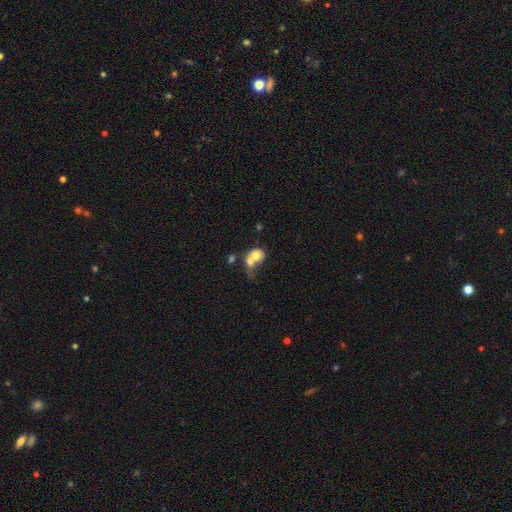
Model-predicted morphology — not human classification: smooth_or_featured: smooth (p=0.65) [alt: featured or disk p=0.27]
how_rounded: round (p=0.58) [alt: in between p=0.41]
merging: merger (p=0.68) [alt: none p=0.14]